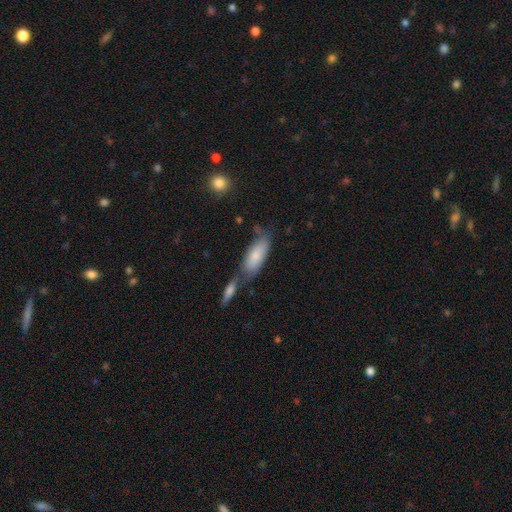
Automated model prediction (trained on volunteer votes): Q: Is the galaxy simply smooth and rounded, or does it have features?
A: smooth — 79%.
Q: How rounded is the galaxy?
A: in between — 75%.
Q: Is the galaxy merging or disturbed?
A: none — 45%.